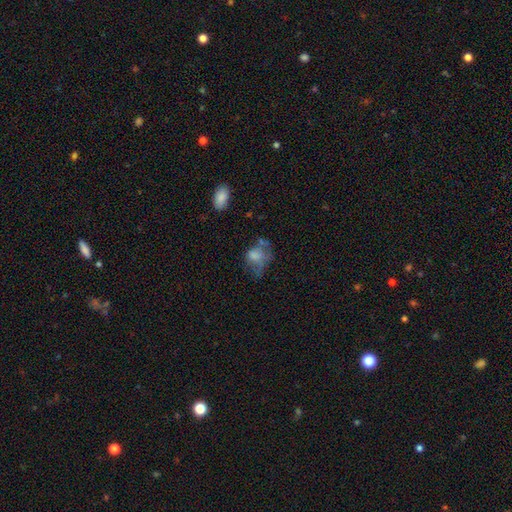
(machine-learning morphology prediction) smooth 62%, featured or disk 27%, star or artifact 11%. Down the decision tree: how rounded — in between (64%); merging — major disturbance (40%).